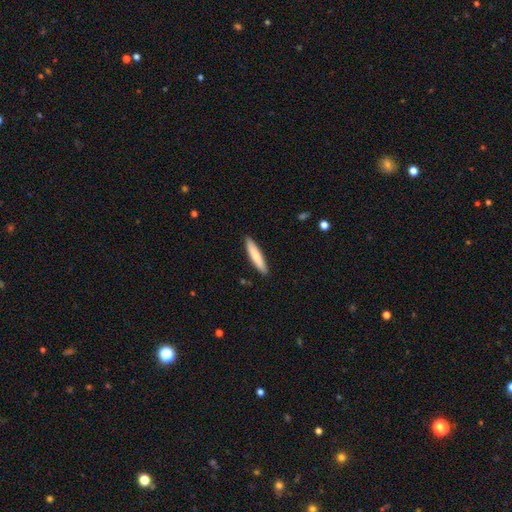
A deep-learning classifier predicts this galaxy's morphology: type=smooth (76%); roundness=cigar-shaped (87%); merging=none (90%).